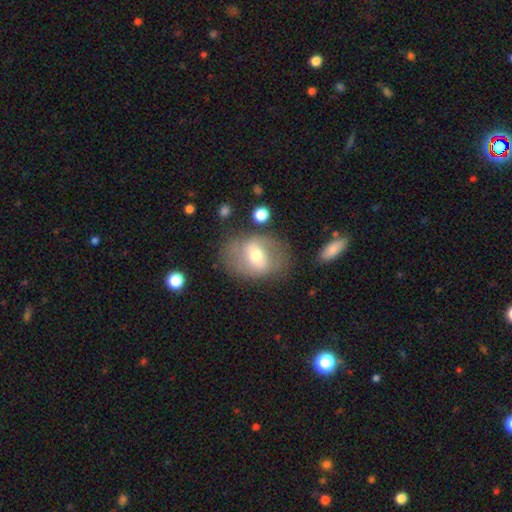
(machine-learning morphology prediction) This appears to be a featured or disk galaxy (51%). Merging: none (68%).